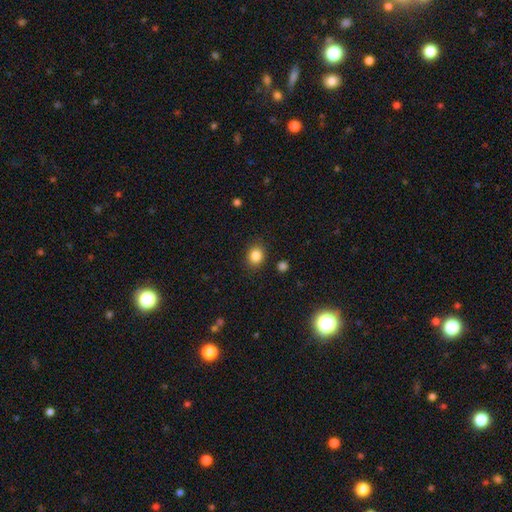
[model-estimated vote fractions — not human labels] This appears to be a smooth galaxy with no disk features (84%) that is round (66%). Merging: none (87%).